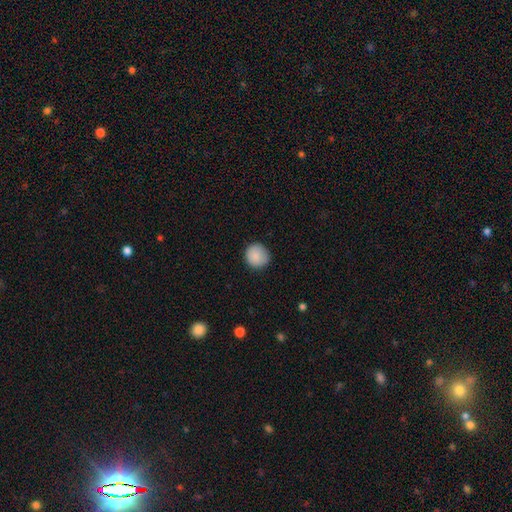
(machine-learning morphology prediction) Smooth or featured? smooth (88%)
How rounded? round (93%)
Merging? none (88%)